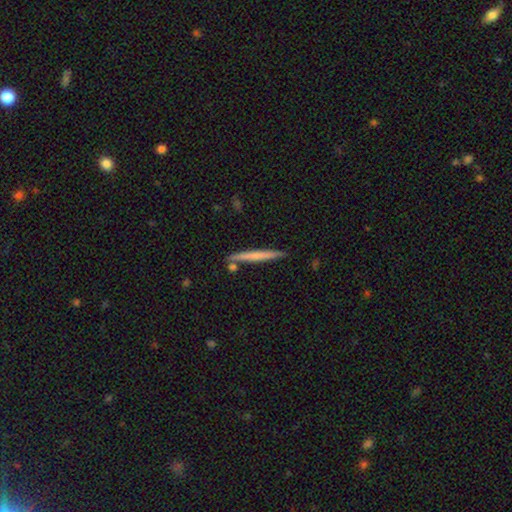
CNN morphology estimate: Q: Smooth or featured?
A: smooth (59%); runner-up: featured or disk (35%)
Q: How rounded?
A: cigar-shaped (96%); runner-up: in between (2%)
Q: Merging?
A: none (83%); runner-up: minor disturbance (9%)